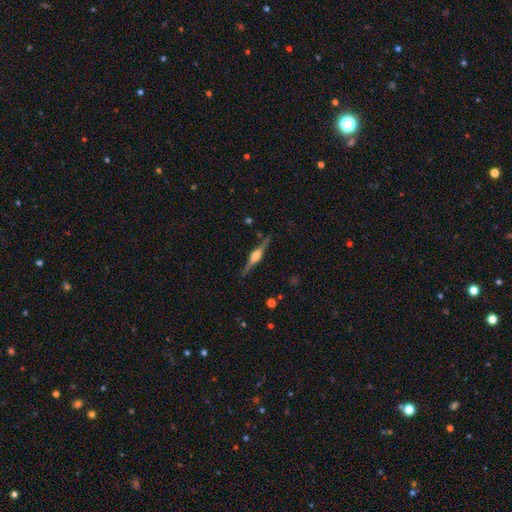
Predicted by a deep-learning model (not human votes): Q: Smooth or featured?
A: featured or disk (84%); runner-up: smooth (10%)
Q: Edge-on disk?
A: yes (98%); runner-up: no (2%)
Q: Edge-on bulge?
A: rounded (85%); runner-up: boxy (13%)
Q: Merging?
A: none (88%); runner-up: minor disturbance (8%)